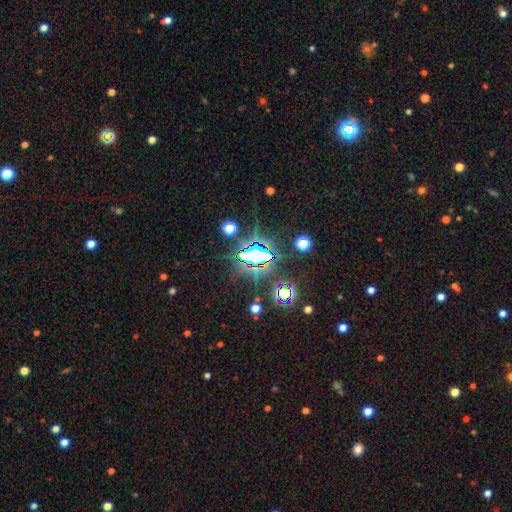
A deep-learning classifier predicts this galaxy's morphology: A star or artifact, not a galaxy (72%).